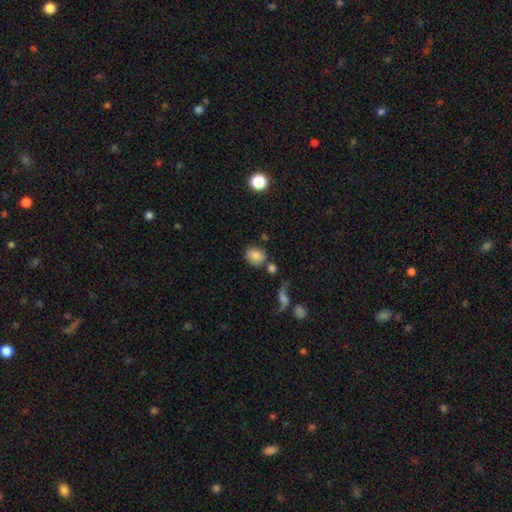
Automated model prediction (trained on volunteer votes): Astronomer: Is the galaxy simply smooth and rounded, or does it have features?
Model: smooth — 80%.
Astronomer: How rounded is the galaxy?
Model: in between — 52% (runner-up: round, 46%).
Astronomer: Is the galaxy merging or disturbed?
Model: none — 65%.